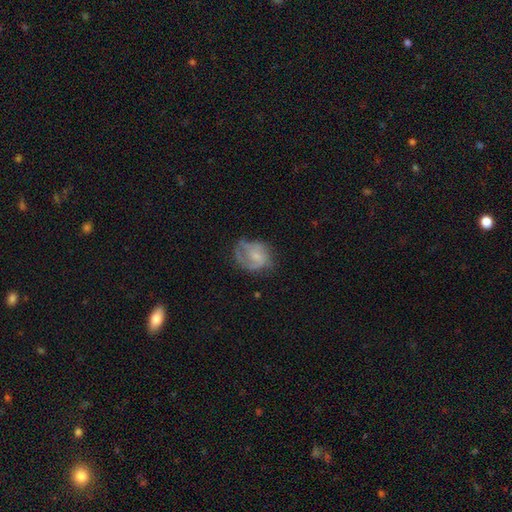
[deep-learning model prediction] This is possibly a featured or disk galaxy (57%). It is clearly not viewed edge-on (98%). Bar: likely no (61%). Spiral arm pattern: likely yes (77%). Central bulge: marginally small (43%). Merging: possibly none (49%).